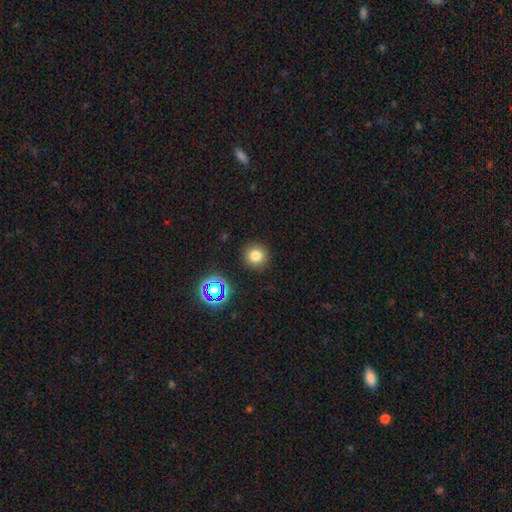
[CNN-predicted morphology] Q: Smooth or featured?
A: smooth (78%); runner-up: star or artifact (15%)
Q: How rounded?
A: round (91%); runner-up: in between (8%)
Q: Merging?
A: none (90%); runner-up: minor disturbance (6%)